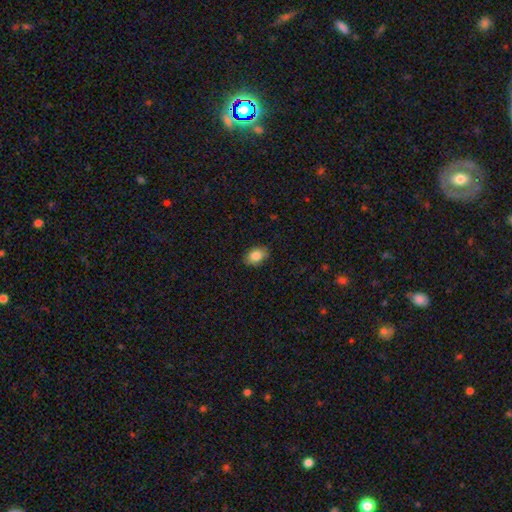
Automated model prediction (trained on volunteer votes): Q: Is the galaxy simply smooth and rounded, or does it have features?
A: smooth — 84%.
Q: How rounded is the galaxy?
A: in between — 81%.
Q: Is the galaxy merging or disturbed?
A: none — 81%.